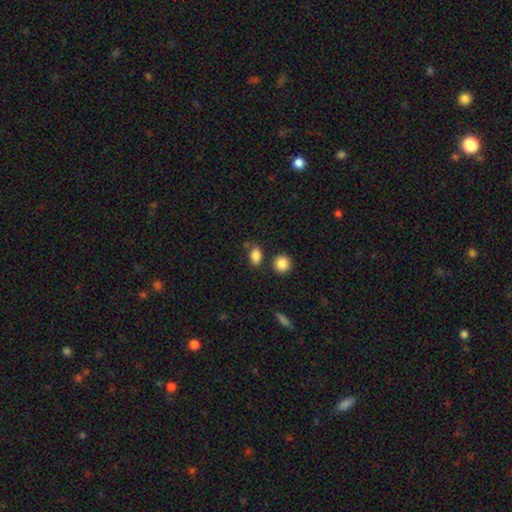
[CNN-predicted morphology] This is clearly a smooth galaxy (85%). How rounded: likely in between (72%). Merging: likely none (66%).